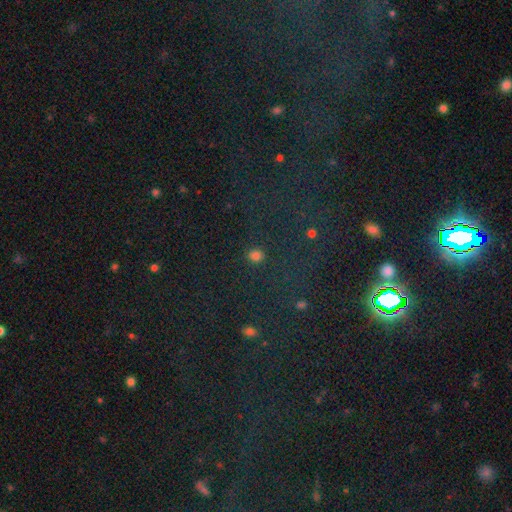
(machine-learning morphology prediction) type=smooth (79%); roundness=round (83%); merging=none (89%).